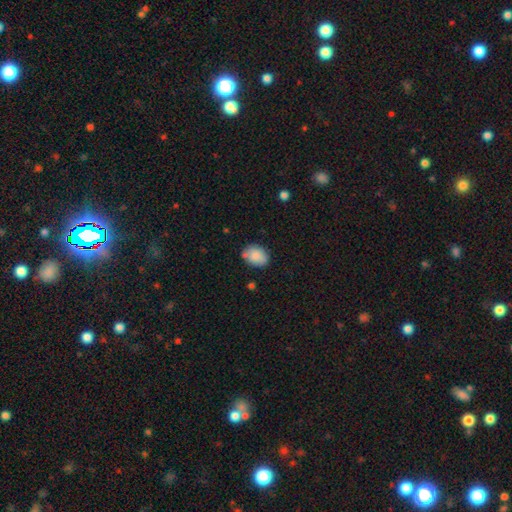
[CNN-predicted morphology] Overall: smooth (85%). How rounded: in between (70%). Merging: none (70%).